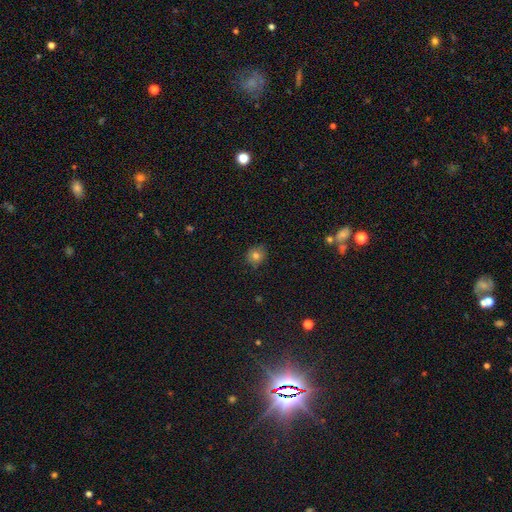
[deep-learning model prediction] Q: Smooth or featured?
A: smooth (78%); runner-up: star or artifact (12%)
Q: How rounded?
A: round (77%); runner-up: in between (22%)
Q: Merging?
A: none (82%); runner-up: minor disturbance (14%)